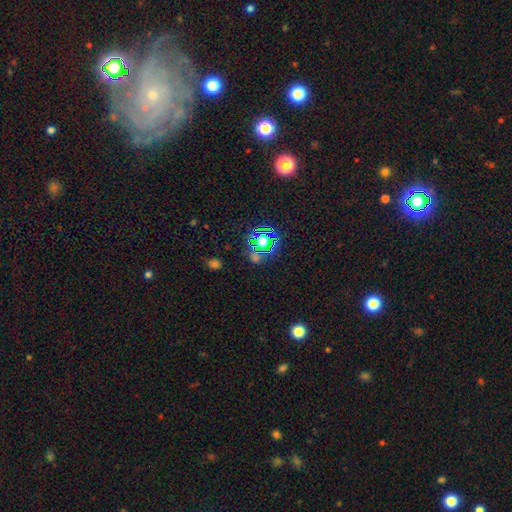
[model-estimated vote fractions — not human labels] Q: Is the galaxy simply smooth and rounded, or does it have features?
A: star or artifact — 69%.